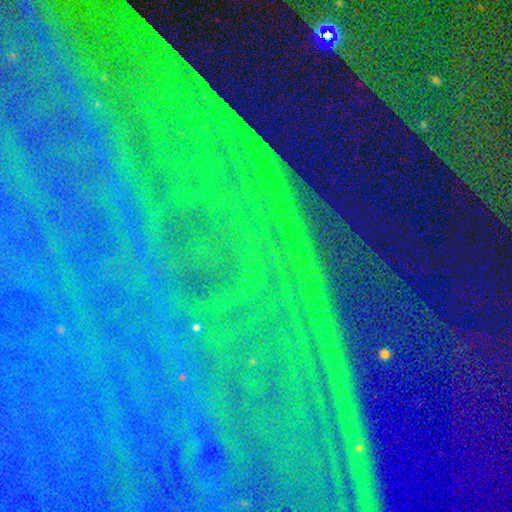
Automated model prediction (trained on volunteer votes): smooth_or_featured: star or artifact (p=0.88) [alt: featured or disk p=0.06]